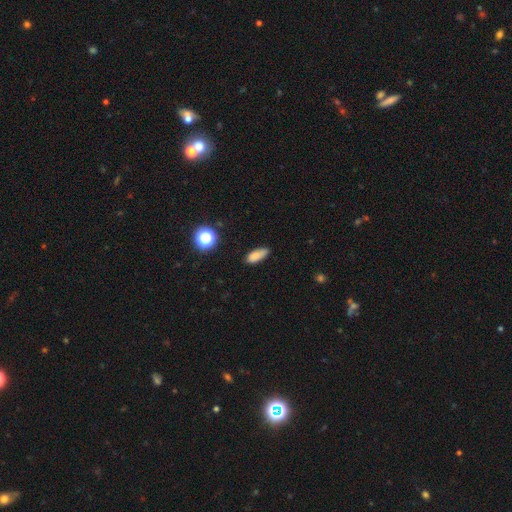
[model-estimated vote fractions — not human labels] Q: Smooth or featured?
A: smooth (83%); runner-up: star or artifact (11%)
Q: How rounded?
A: in between (73%); runner-up: cigar-shaped (23%)
Q: Merging?
A: none (77%); runner-up: minor disturbance (18%)